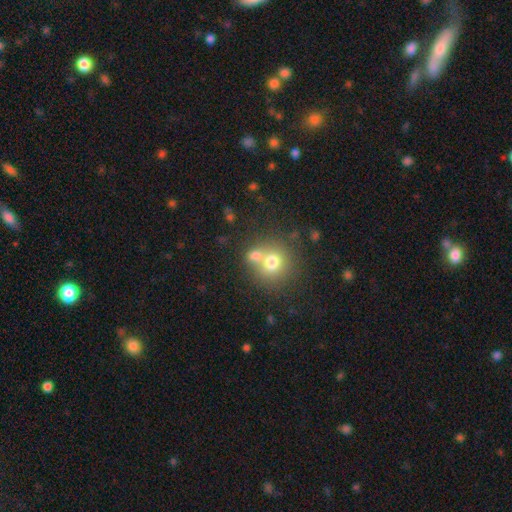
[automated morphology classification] Smooth or featured? smooth (72%)
How rounded? round (78%)
Merging? merger (47%)